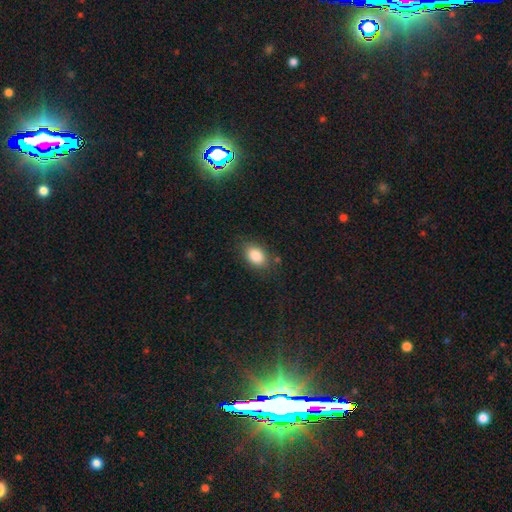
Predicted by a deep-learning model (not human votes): A smooth galaxy with no disk features (85%) that is in between round and cigar-shaped (83%). Merging: none (80%).